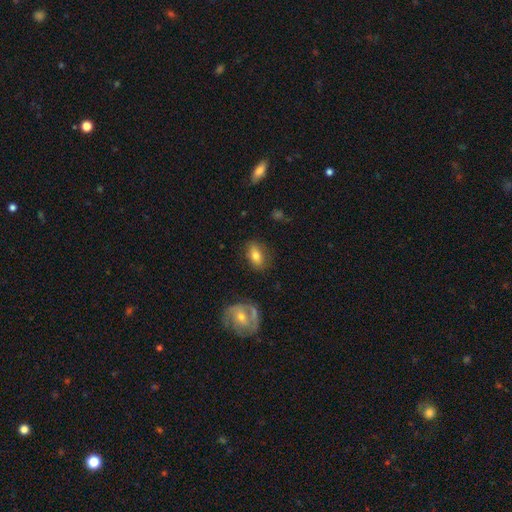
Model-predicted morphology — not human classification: This appears to be a smooth galaxy with no disk features (73%) that is in between round and cigar-shaped (85%). Merging: none (79%).